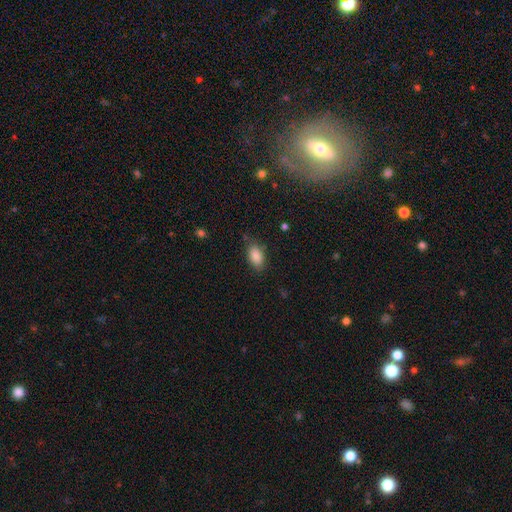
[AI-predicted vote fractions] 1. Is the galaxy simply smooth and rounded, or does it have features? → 87% smooth, 8% star or artifact, 6% featured or disk.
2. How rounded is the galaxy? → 91% in between, 6% round, 3% cigar-shaped.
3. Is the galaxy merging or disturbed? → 75% none, 19% minor disturbance, 4% major disturbance, 2% merger.